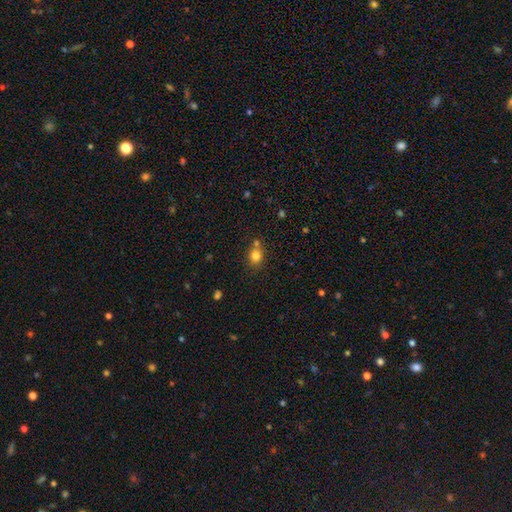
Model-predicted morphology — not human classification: smooth 80%, star or artifact 13%, featured or disk 7%. Down the decision tree: how rounded — round (76%); merging — none (67%).